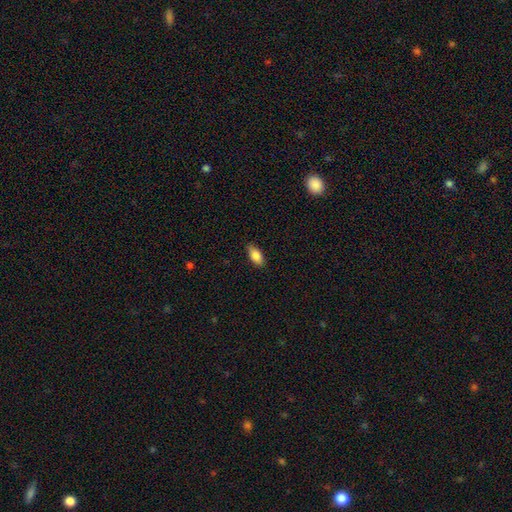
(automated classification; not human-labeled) smooth-or-featured: smooth: 83% | featured or disk: 11% | star or artifact: 7%
  how-rounded: in between: 87% | cigar-shaped: 10% | round: 3%
  merging: none: 86% | minor disturbance: 11% | major disturbance: 2% | merger: 1%